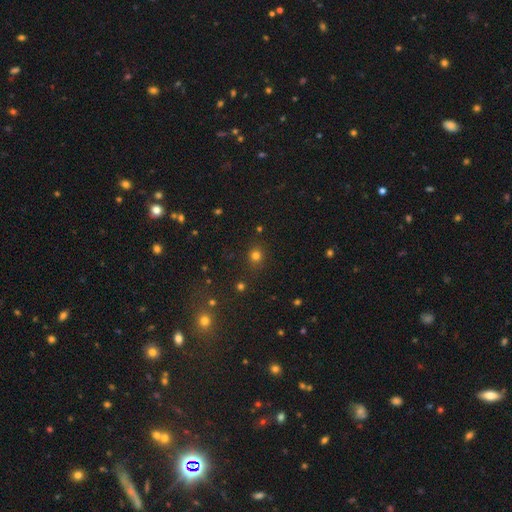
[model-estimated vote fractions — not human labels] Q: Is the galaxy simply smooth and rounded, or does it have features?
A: smooth — 75%.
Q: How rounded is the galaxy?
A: round — 84%.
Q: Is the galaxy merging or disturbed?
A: none — 86%.